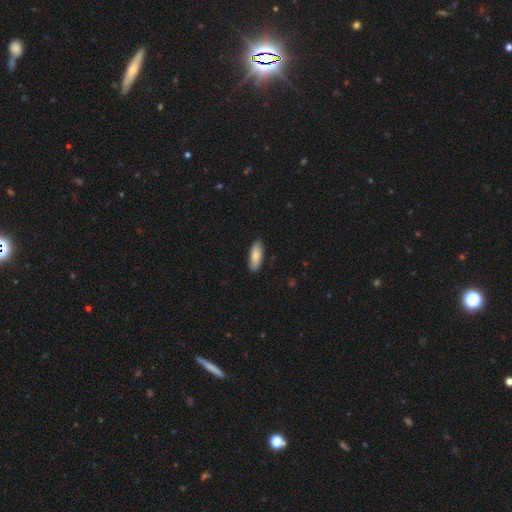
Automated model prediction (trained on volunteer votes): Smooth or featured: smooth — 83% (featured or disk — 11%)
How rounded: in between — 76% (cigar-shaped — 23%)
Merging: none — 87% (minor disturbance — 10%)